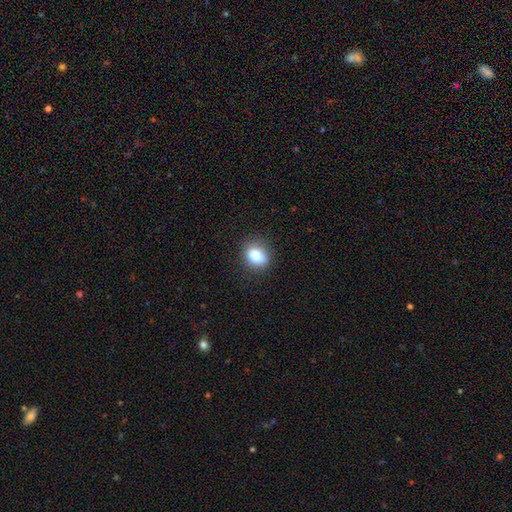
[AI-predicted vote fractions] This is clearly a smooth galaxy (84%). How rounded: possibly round (51%). Merging: clearly none (83%).